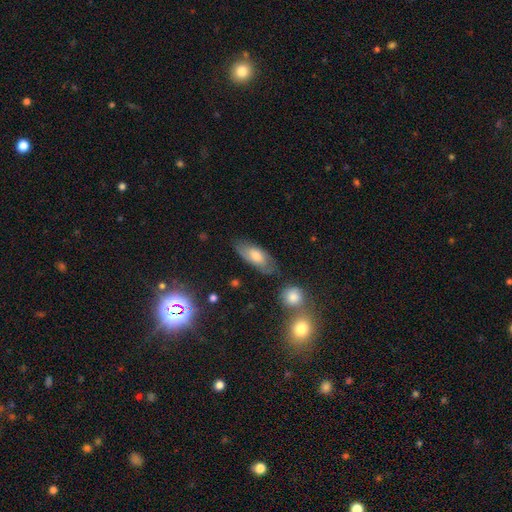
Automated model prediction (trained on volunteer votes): A smooth galaxy with no disk features (63%) that is in between round and cigar-shaped (84%).

Vote fractions:
- Smooth or featured? smooth: 63% / featured or disk: 29% / star or artifact: 8%
- How rounded? in between: 84% / cigar-shaped: 13% / round: 3%
- Merging? none: 72% / minor disturbance: 19% / major disturbance: 5% / merger: 4%